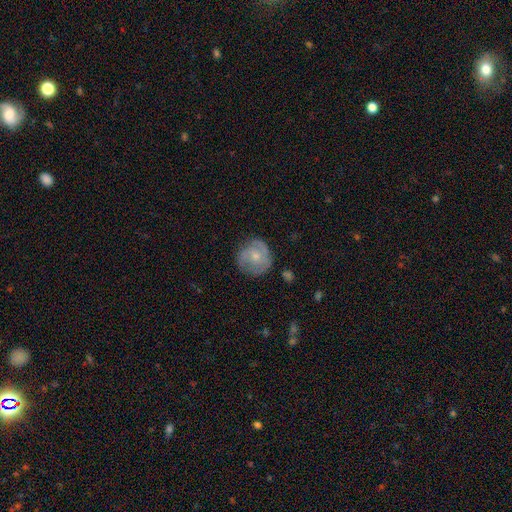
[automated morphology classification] The model was most divided on "smooth or featured": featured or disk: 51%, smooth: 43%, star or artifact: 6%. More confident: edge-on disk — no (97%); merging — none (70%).